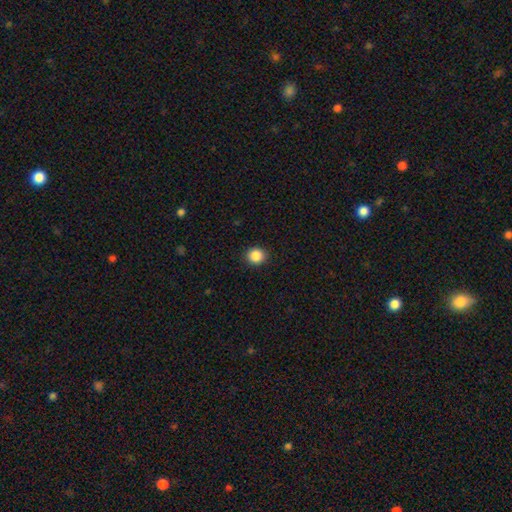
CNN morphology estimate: smooth_or_featured: smooth (p=0.87) [alt: star or artifact p=0.10]
how_rounded: round (p=0.86) [alt: in between p=0.13]
merging: none (p=0.91) [alt: minor disturbance p=0.06]